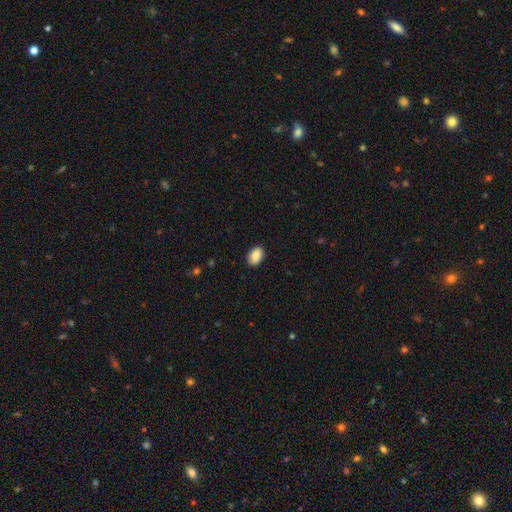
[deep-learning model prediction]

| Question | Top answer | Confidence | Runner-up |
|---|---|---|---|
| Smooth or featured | smooth | 90% | star or artifact (7%) |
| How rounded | in between | 86% | round (13%) |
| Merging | none | 88% | minor disturbance (9%) |